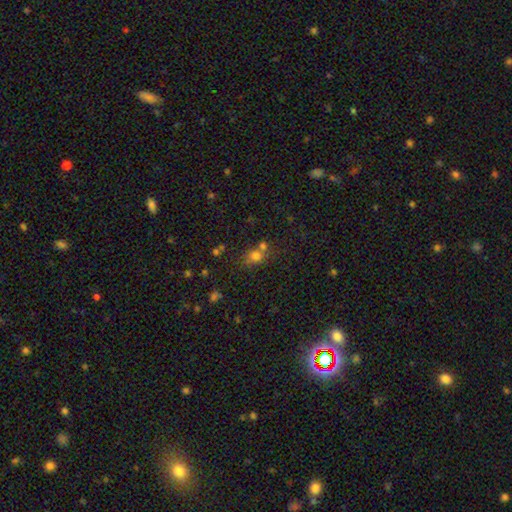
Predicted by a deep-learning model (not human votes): smooth-or-featured: smooth: 73% | star or artifact: 18% | featured or disk: 10%
  how-rounded: round: 60% | in between: 38% | cigar-shaped: 2%
  merging: none: 51% | merger: 32% | minor disturbance: 12% | major disturbance: 5%